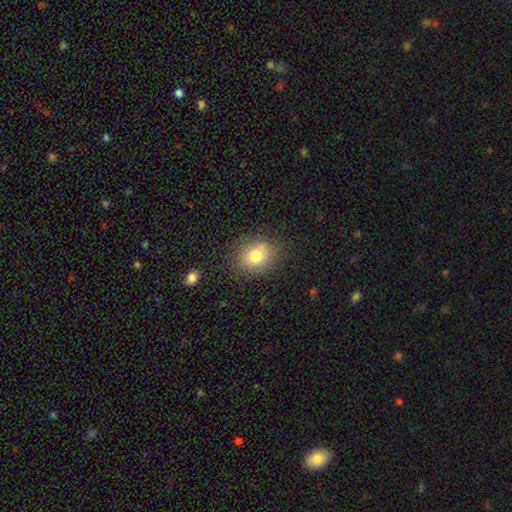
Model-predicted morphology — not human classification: type=smooth (78%); roundness=round (57%); merging=none (79%).